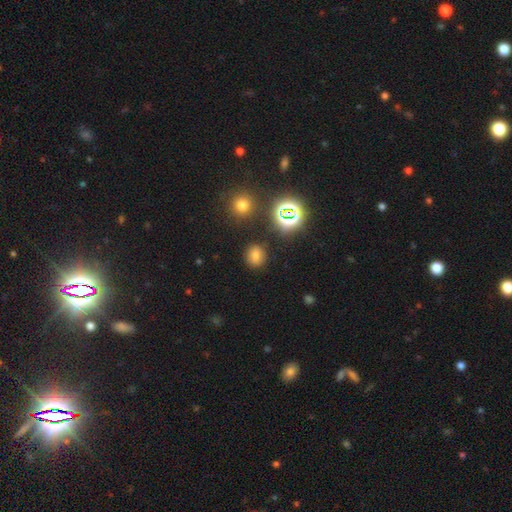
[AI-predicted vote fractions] smooth-or-featured: smooth: 69% | star or artifact: 22% | featured or disk: 8%
  how-rounded: round: 74% | in between: 25% | cigar-shaped: 1%
  merging: none: 85% | minor disturbance: 9% | major disturbance: 3% | merger: 3%